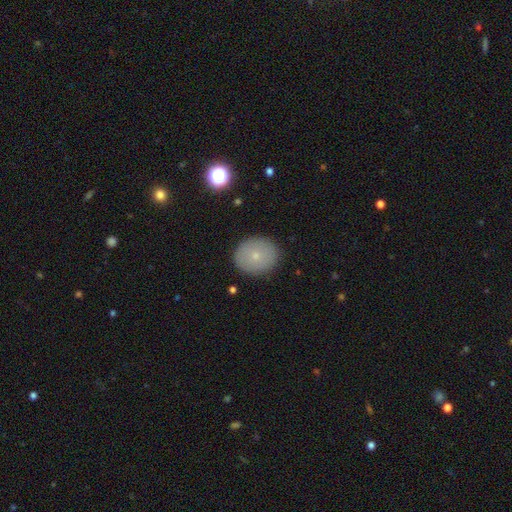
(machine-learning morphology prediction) Smooth or featured? smooth (74%)
How rounded? round (64%)
Merging? none (88%)